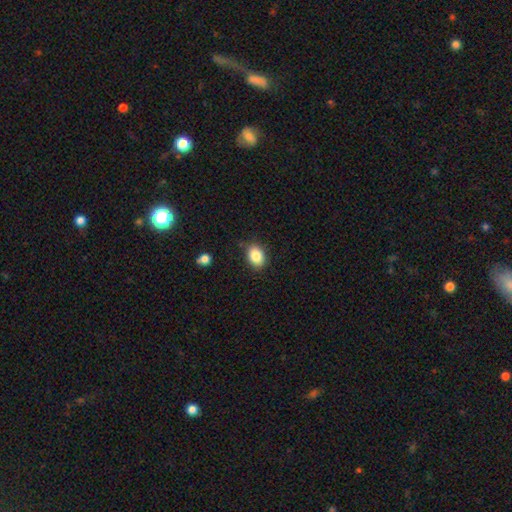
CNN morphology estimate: Smooth or featured? Predicted: smooth (p=0.85). How rounded? Predicted: in between (p=0.71). Merging? Predicted: none (p=0.82).